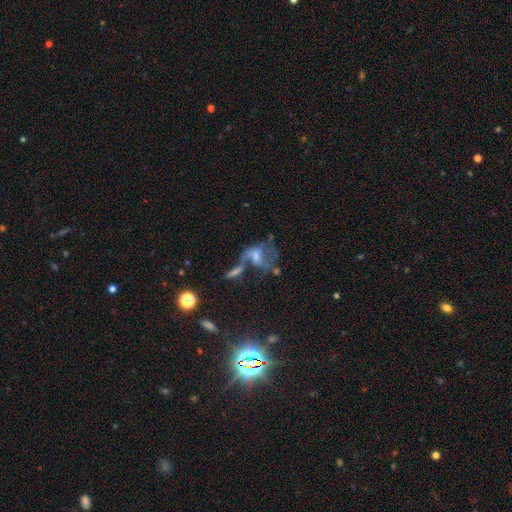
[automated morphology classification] Q: Smooth or featured?
A: featured or disk (58%); runner-up: smooth (23%)
Q: Edge-on disk?
A: no (94%); runner-up: yes (6%)
Q: Bar?
A: no (57%); runner-up: weak (33%)
Q: Spiral arms?
A: yes (61%); runner-up: no (39%)
Q: Bulge size?
A: moderate (39%); runner-up: small (35%)
Q: Merging?
A: merger (36%); runner-up: major disturbance (26%)